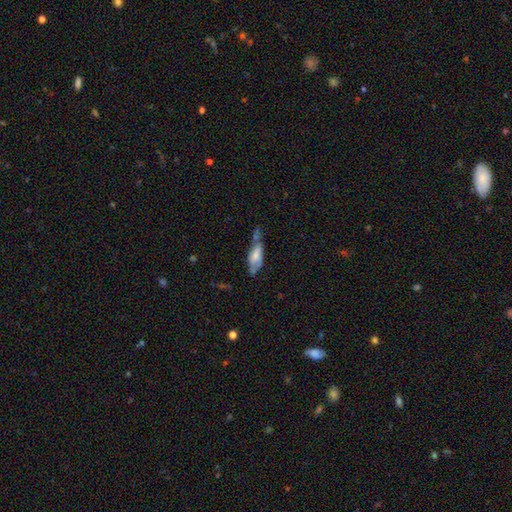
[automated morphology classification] Overall: smooth (56%; featured or disk 37%). How rounded: in between (69%). Merging: none (36%; minor disturbance 32%).